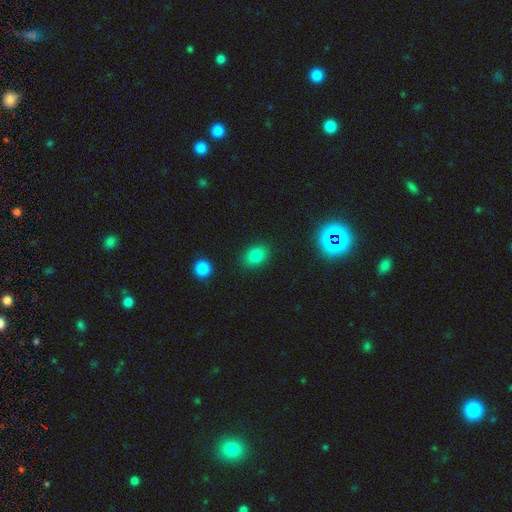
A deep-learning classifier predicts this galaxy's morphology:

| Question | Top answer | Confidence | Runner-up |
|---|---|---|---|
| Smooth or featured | smooth | 81% | star or artifact (14%) |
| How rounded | in between | 66% | round (32%) |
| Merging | none | 86% | minor disturbance (9%) |